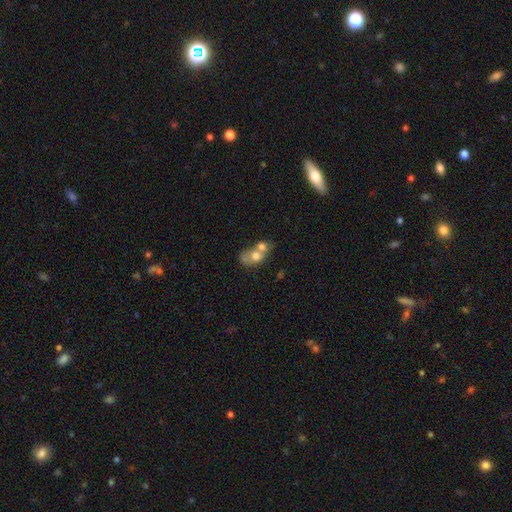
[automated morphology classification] This appears to be a smooth galaxy with no disk features (62%) that is in between round and cigar-shaped (60%). Merging: merger (70%).